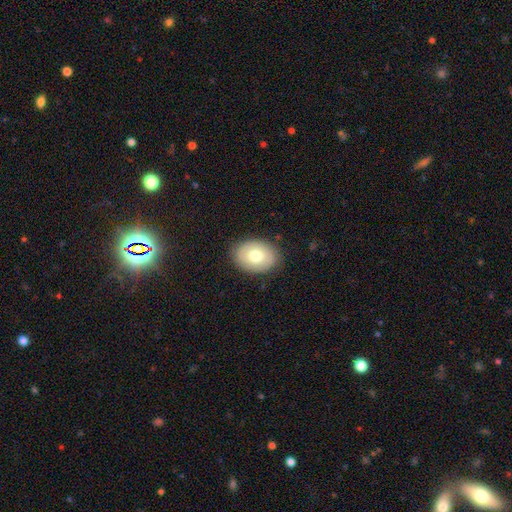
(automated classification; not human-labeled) The model was most divided on "smooth or featured": smooth: 70%, featured or disk: 23%, star or artifact: 7%. More confident: merging — none (84%); how rounded — in between (73%).